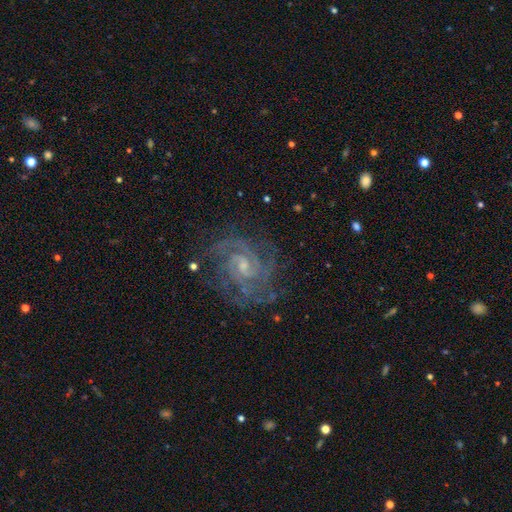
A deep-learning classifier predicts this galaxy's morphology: smooth-or-featured: featured or disk: 90% | star or artifact: 6% | smooth: 4%
  disk-edge-on: no: 98% | yes: 2%
    bar: weak: 50% | no: 39% | strong: 11%
    has-spiral-arms: yes: 98% | no: 2%
      spiral-winding: tight: 63% | medium: 32% | loose: 4%
      spiral-arm-count: 2: 46% | 3: 21% | can't tell: 14% | 4: 9% | more than 4: 5% | 1: 5%
    bulge-size: small: 61% | moderate: 31% | none: 6% | large: 1% | dominant: 1%
  merging: none: 76% | minor disturbance: 15% | major disturbance: 7% | merger: 1%